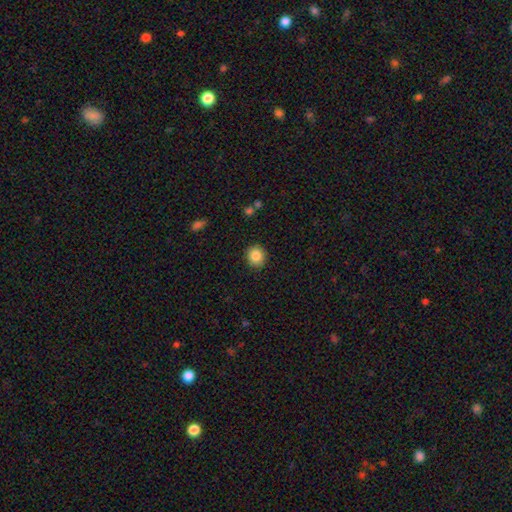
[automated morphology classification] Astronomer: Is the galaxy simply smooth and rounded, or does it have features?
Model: smooth — 86%.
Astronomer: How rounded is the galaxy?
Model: round — 87%.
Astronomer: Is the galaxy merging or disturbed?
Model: none — 91%.